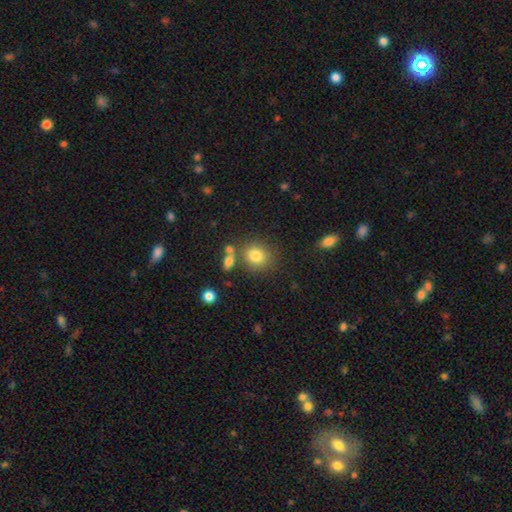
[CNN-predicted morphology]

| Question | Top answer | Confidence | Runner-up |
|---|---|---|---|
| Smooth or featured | smooth | 80% | star or artifact (11%) |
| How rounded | round | 76% | in between (23%) |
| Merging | none | 72% | merger (13%) |